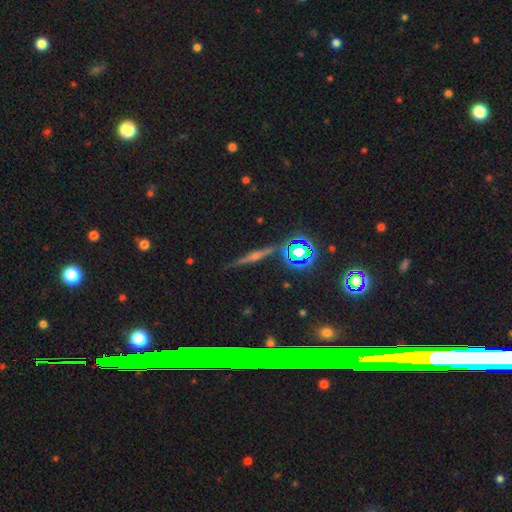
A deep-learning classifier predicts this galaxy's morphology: Overall: featured or disk (63%). Edge-on disk: yes (95%). Edge-on bulge: rounded (73%). Merging: none (87%).